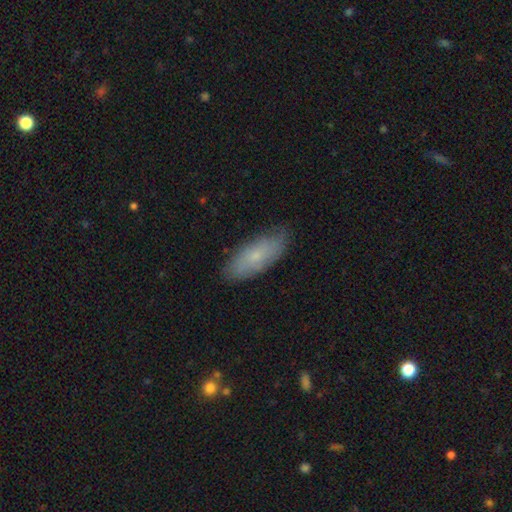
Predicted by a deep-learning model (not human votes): Smooth or featured? Predicted: smooth (p=0.63). How rounded? Predicted: in between (p=0.74). Merging? Predicted: none (p=0.78).